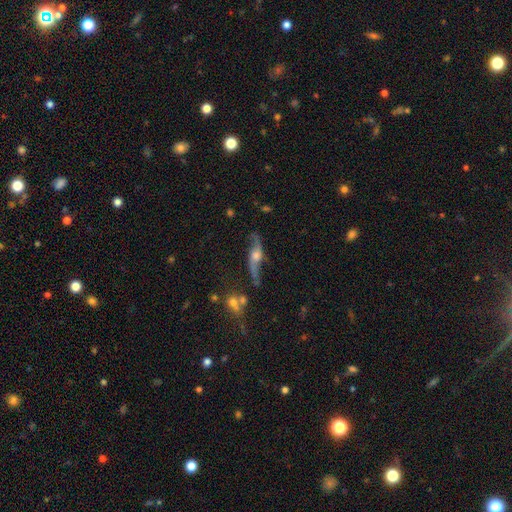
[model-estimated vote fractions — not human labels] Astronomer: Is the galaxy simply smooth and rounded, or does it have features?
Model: featured or disk — 81%.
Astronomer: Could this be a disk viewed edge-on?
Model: no — 65%.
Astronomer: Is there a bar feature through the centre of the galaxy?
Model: no — 63%.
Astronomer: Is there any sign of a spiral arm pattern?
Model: yes — 91%.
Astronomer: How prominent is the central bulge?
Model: moderate — 55%.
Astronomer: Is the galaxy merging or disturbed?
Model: none — 68%.